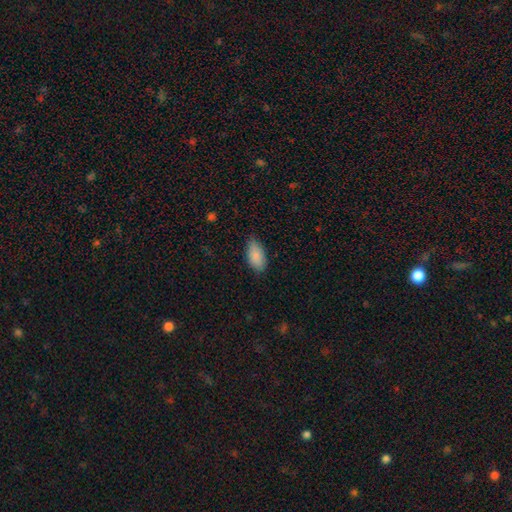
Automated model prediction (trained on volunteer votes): Smooth or featured? smooth (88%)
How rounded? in between (92%)
Merging? none (74%)